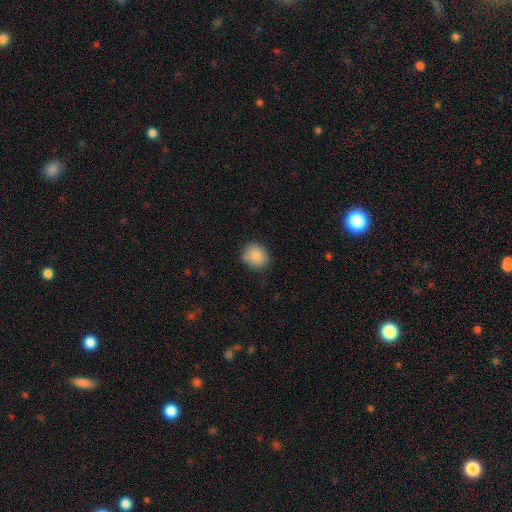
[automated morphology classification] smooth 87%, star or artifact 8%, featured or disk 5%. Down the decision tree: how rounded — round (70%); merging — none (81%).